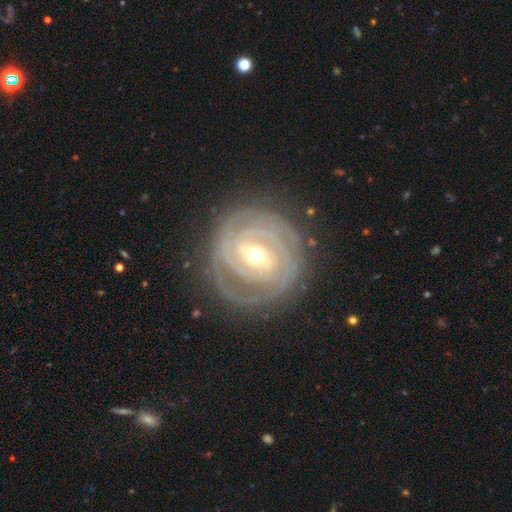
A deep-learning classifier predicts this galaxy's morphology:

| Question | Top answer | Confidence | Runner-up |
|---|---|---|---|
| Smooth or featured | featured or disk | 88% | smooth (7%) |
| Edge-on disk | no | 96% | yes (4%) |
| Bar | weak | 40% | tied: strong (40%) |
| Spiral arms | yes | 96% | no (4%) |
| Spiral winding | tight | 85% | medium (12%) |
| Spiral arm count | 2 | 32% | can't tell (25%) |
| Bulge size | moderate | 57% | small (38%) |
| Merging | none | 82% | minor disturbance (12%) |